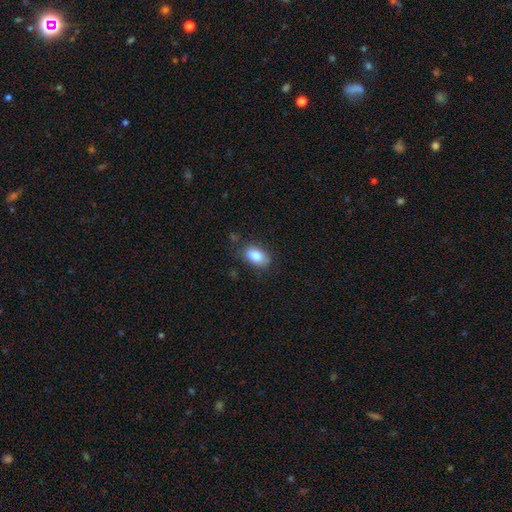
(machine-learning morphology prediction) smooth-or-featured: smooth: 85% | star or artifact: 8% | featured or disk: 8%
  how-rounded: in between: 88% | round: 10% | cigar-shaped: 2%
  merging: none: 78% | minor disturbance: 16% | major disturbance: 4% | merger: 2%